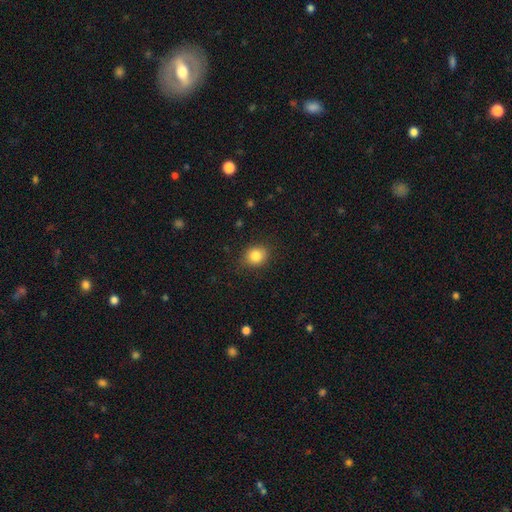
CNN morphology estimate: Smooth or featured: smooth — 84% (star or artifact — 10%)
How rounded: round — 60% (in between — 39%)
Merging: none — 85% (minor disturbance — 11%)